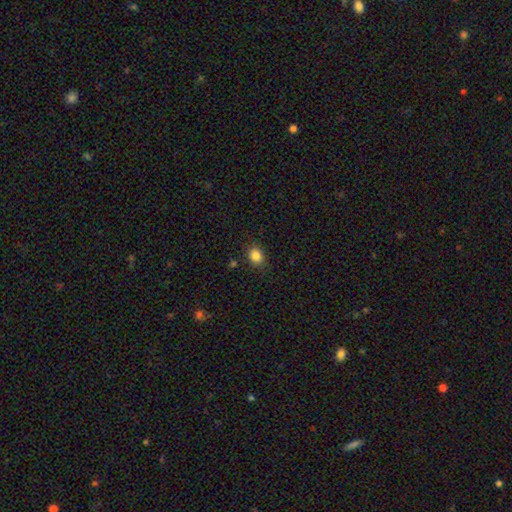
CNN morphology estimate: Smooth or featured: smooth — 85% (star or artifact — 11%)
How rounded: round — 54% (in between — 45%)
Merging: none — 85% (minor disturbance — 10%)